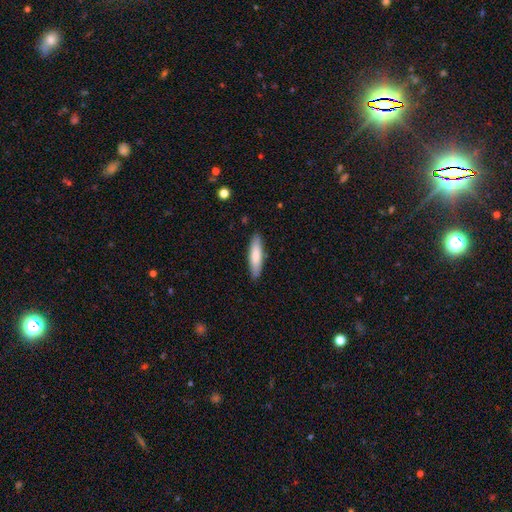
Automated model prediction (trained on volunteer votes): Overall: smooth (79%). How rounded: cigar-shaped (75%). Merging: none (88%).